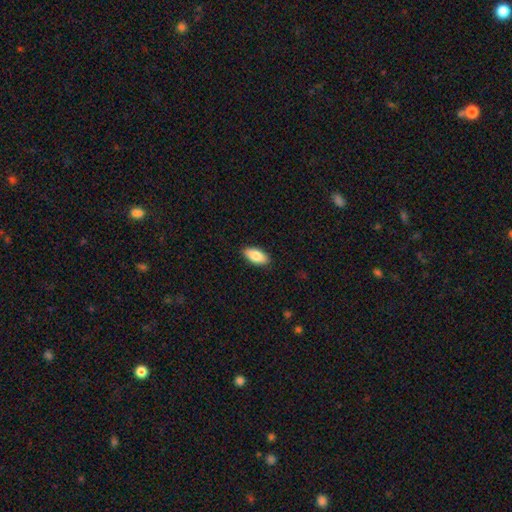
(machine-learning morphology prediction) Smooth or featured? Predicted: smooth (p=0.86). How rounded? Predicted: in between (p=0.89). Merging? Predicted: none (p=0.89).